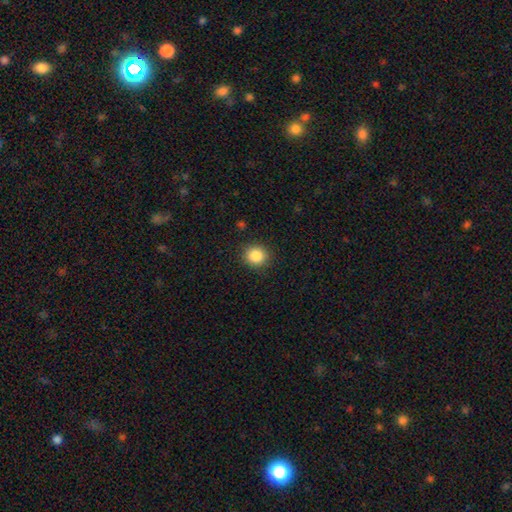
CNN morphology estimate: smooth 86%, star or artifact 10%, featured or disk 4%. Down the decision tree: how rounded — round (86%); merging — none (90%).